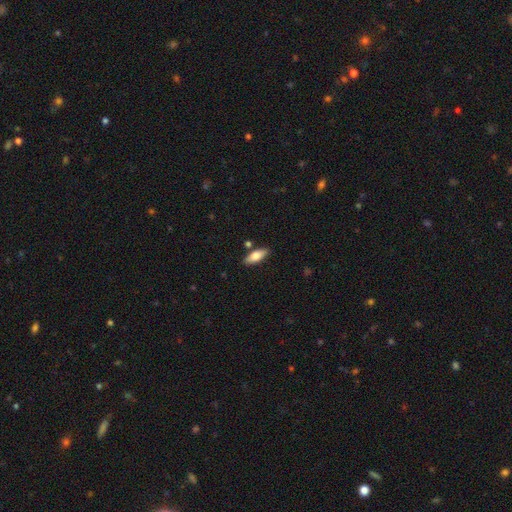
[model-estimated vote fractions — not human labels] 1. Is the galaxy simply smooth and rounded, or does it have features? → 75% smooth, 18% featured or disk, 6% star or artifact.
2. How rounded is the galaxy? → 75% in between, 23% cigar-shaped, 2% round.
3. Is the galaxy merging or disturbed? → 82% none, 11% minor disturbance, 5% merger, 2% major disturbance.